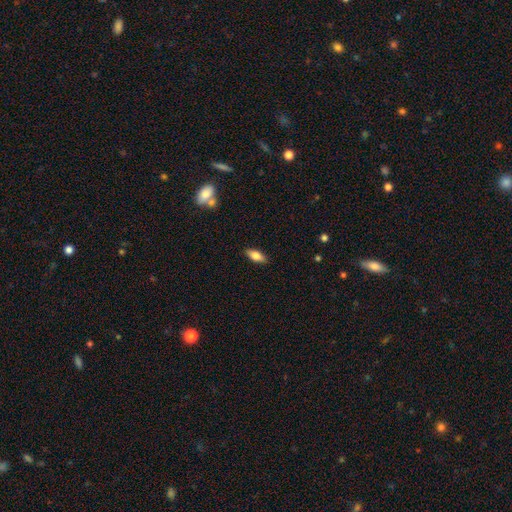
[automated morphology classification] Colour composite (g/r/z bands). It shows a smooth galaxy with no disk features (76%) that is in between round and cigar-shaped (80%). Merging: none (87%).